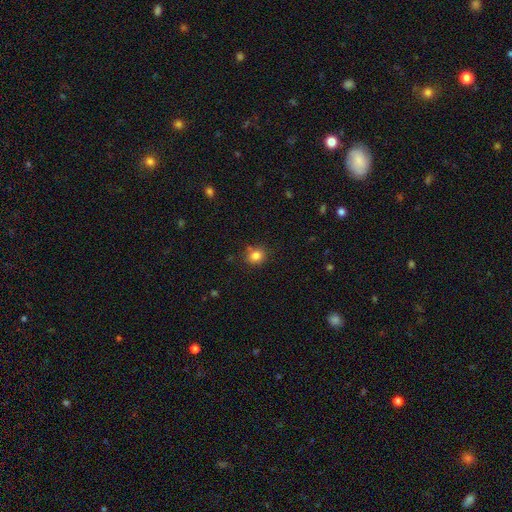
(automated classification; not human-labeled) Smooth or featured: smooth — 82% (star or artifact — 12%)
How rounded: round — 76% (in between — 23%)
Merging: none — 79% (minor disturbance — 12%)